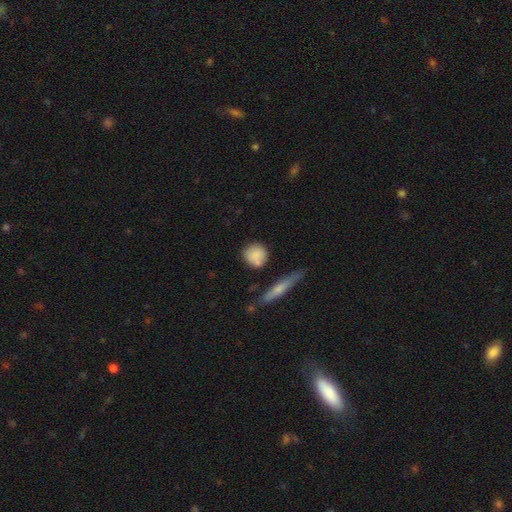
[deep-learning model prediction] This appears to be a smooth galaxy with no disk features (83%) that is round (83%). Merging: none (70%).